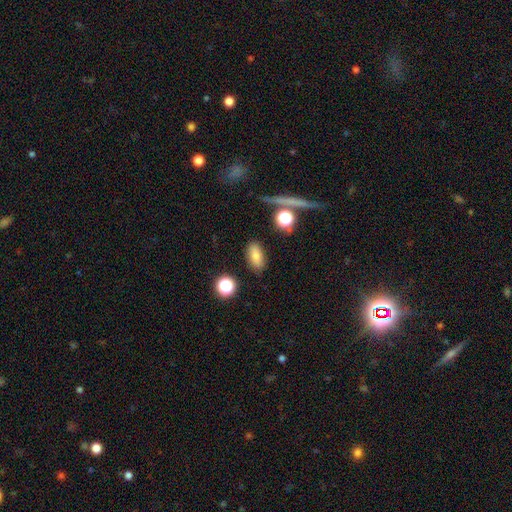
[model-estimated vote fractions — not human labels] Smooth or featured? smooth (79%)
How rounded? in between (86%)
Merging? none (84%)